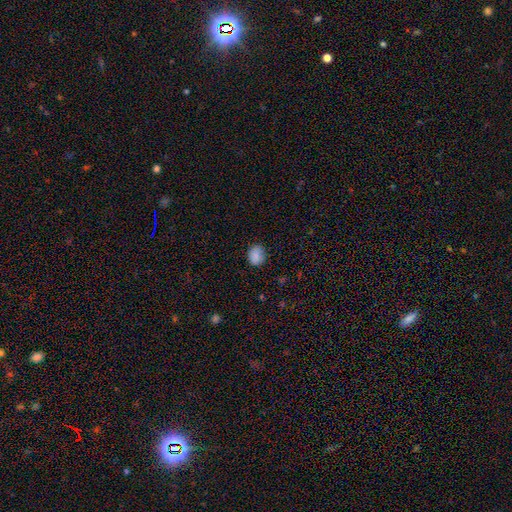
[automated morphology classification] Overall: smooth (85%). How rounded: round (51%; in between 48%). Merging: none (80%).